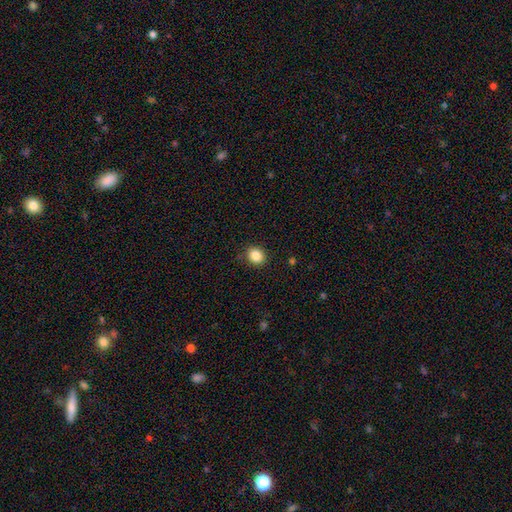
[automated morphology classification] Smooth or featured? Predicted: smooth (p=0.86). How rounded? Predicted: round (p=0.67). Merging? Predicted: none (p=0.86).